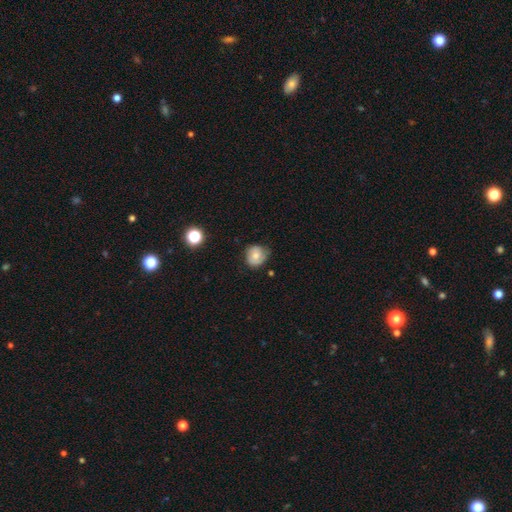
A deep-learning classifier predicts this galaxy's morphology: This is likely a smooth galaxy (66%). How rounded: likely round (77%). Merging: possibly none (56%).